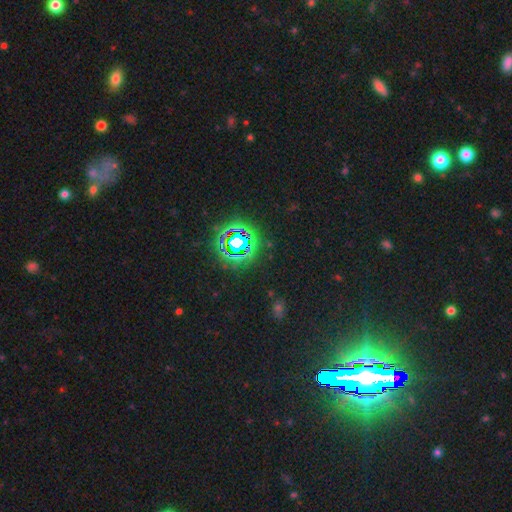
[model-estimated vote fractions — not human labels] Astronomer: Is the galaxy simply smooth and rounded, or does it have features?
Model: star or artifact — 82%.